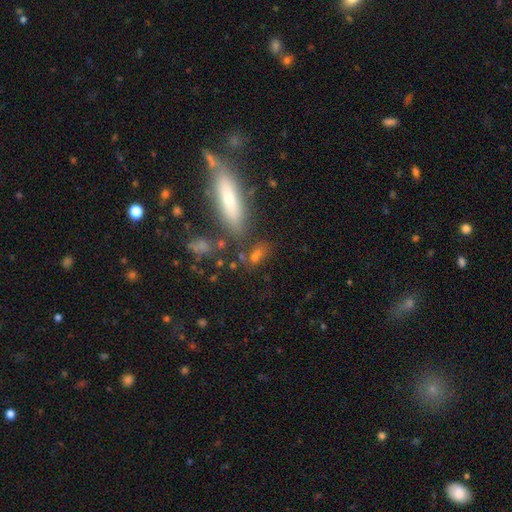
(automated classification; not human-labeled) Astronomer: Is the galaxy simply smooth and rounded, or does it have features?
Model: smooth — 63%.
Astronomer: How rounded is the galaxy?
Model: in between — 50% (runner-up: cigar-shaped, 38%).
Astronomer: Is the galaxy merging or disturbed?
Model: none — 66%.